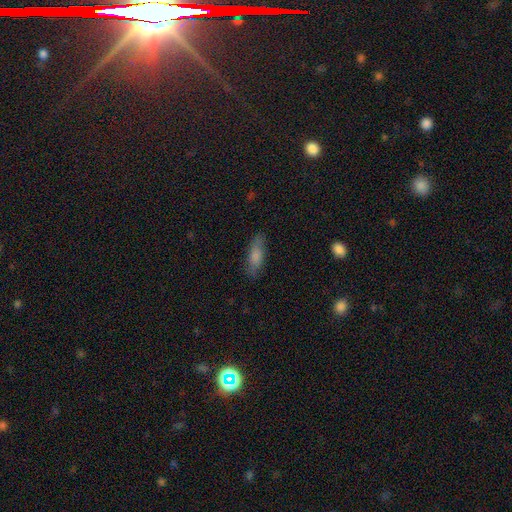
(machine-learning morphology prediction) smooth_or_featured: smooth (p=0.79) [alt: featured or disk p=0.14]
how_rounded: in between (p=0.57) [alt: cigar-shaped p=0.41]
merging: none (p=0.80) [alt: minor disturbance p=0.16]